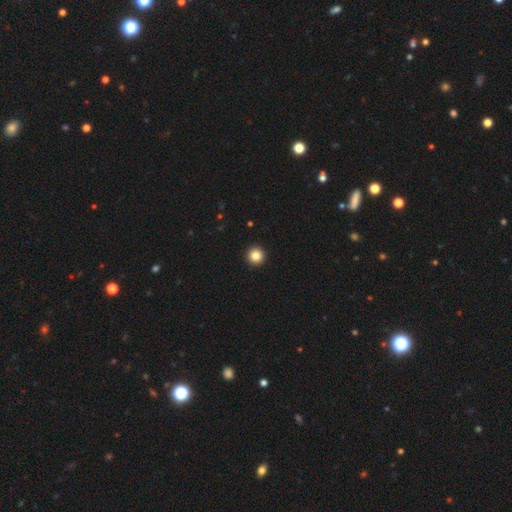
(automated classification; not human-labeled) smooth-or-featured: smooth: 85% | star or artifact: 11% | featured or disk: 5%
  how-rounded: round: 97% | in between: 2% | cigar-shaped: 1%
  merging: none: 94% | minor disturbance: 3% | major disturbance: 1% | merger: 1%